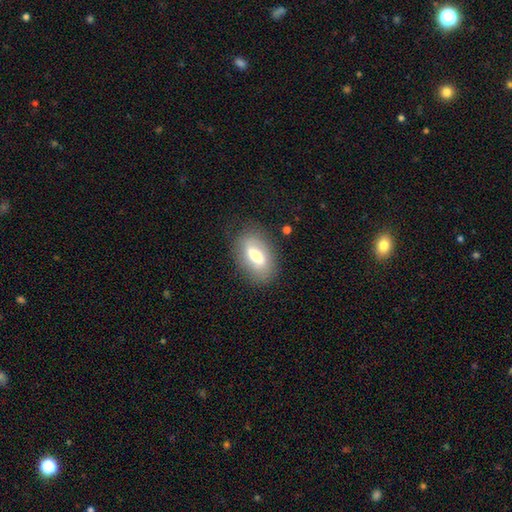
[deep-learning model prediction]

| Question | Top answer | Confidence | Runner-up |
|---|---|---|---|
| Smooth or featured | smooth | 60% | featured or disk (32%) |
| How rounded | in between | 90% | round (6%) |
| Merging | none | 78% | minor disturbance (15%) |